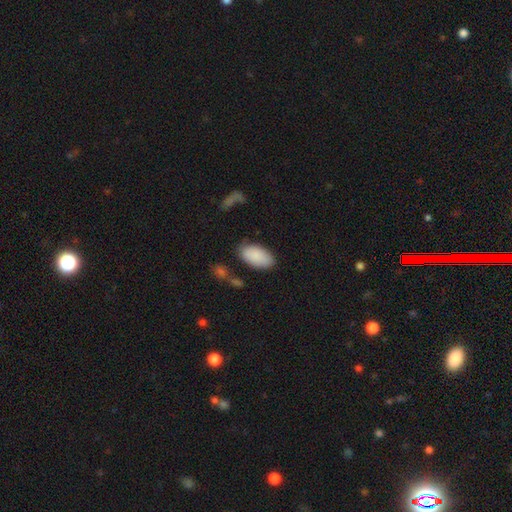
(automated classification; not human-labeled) The model was most divided on "merging": none: 76%, minor disturbance: 15%, major disturbance: 5%, merger: 4%. More confident: how rounded — in between (95%); smooth or featured — smooth (88%).